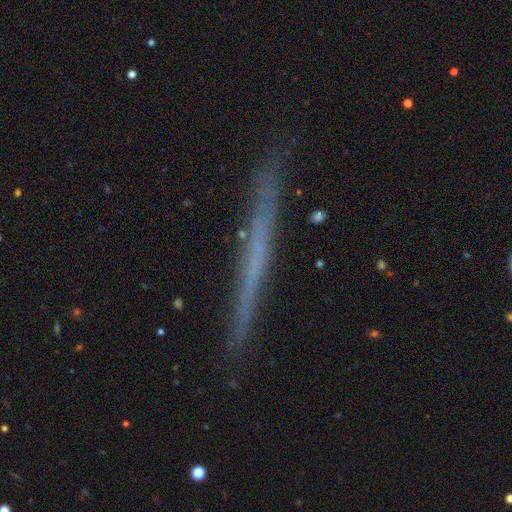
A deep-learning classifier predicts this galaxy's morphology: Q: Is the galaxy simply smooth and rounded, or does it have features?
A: featured or disk — 58%.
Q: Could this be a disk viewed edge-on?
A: yes — 96%.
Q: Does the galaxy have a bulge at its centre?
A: none — 92%.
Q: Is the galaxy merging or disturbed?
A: none — 88%.